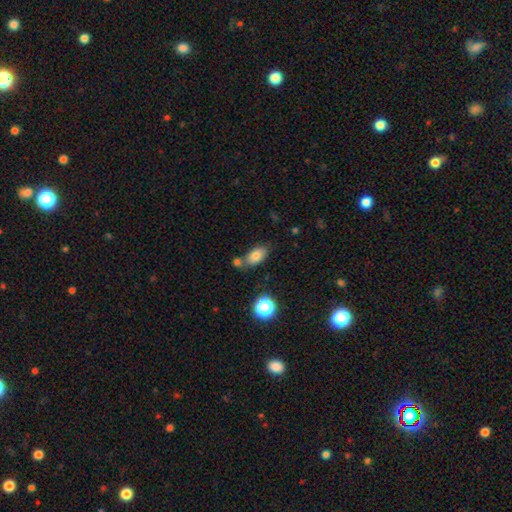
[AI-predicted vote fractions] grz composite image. It shows a smooth galaxy with no disk features (78%) that is in between round and cigar-shaped (89%). Merging: none (62%).